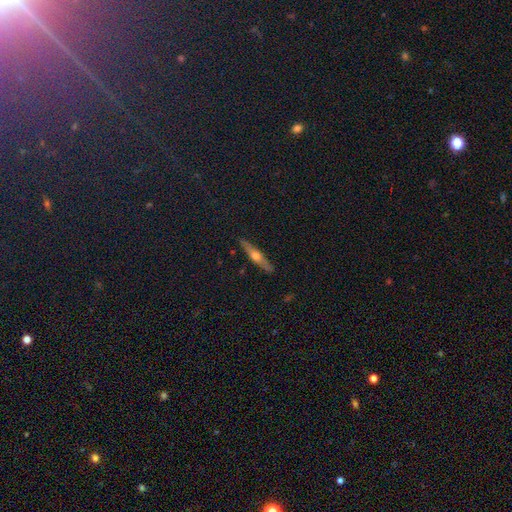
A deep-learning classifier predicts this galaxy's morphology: Smooth or featured?
  - featured or disk: 64% *
  - smooth: 29%
  - star or artifact: 7%
Edge-on disk?
  - yes: 95% *
  - no: 5%
Edge-on bulge?
  - rounded: 91% *
  - none: 5%
  - boxy: 3%
Merging?
  - none: 90% *
  - minor disturbance: 7%
  - major disturbance: 1%
  - merger: 1%